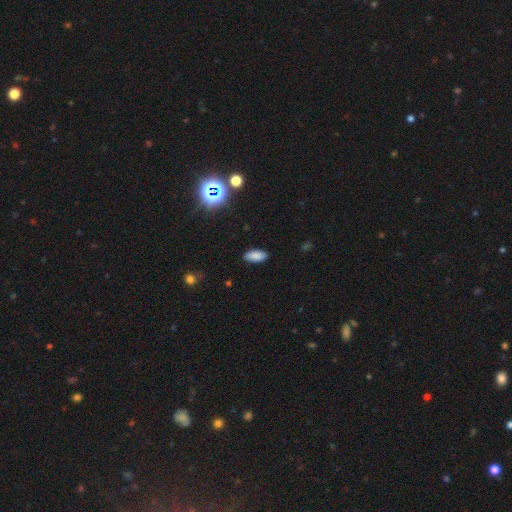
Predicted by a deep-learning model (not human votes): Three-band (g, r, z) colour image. It shows a smooth galaxy with no disk features (83%) that is in between round and cigar-shaped (88%). Merging: none (87%).